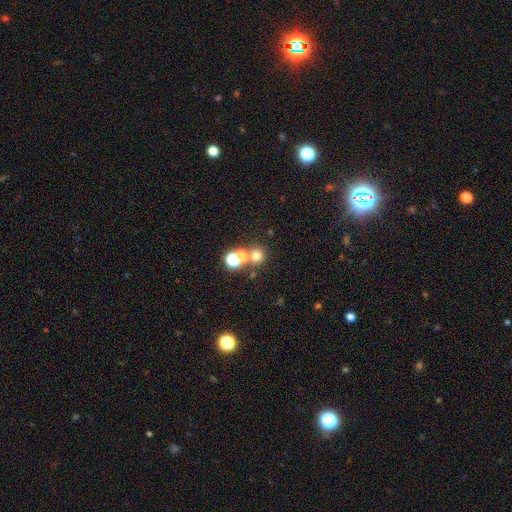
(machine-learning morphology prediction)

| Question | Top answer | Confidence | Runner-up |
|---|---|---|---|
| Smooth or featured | smooth | 66% | star or artifact (24%) |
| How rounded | round | 90% | in between (9%) |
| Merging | none | 61% | merger (29%) |